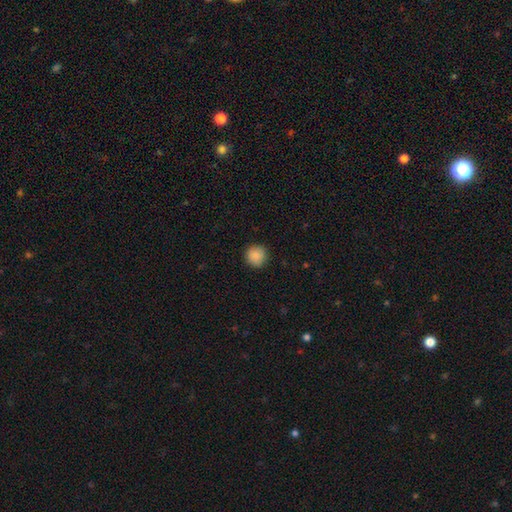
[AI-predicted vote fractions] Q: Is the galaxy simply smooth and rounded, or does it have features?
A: smooth — 88%.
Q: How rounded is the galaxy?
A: round — 94%.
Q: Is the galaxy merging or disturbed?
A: none — 90%.